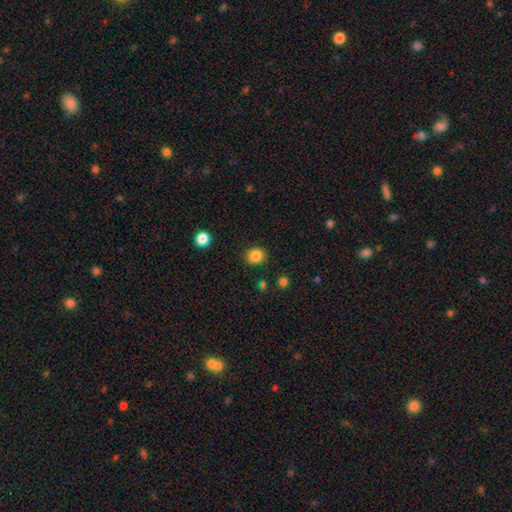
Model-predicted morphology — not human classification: The model was most divided on "how rounded": round: 74%, in between: 25%, cigar-shaped: 1%. More confident: merging — none (88%); smooth or featured — smooth (86%).